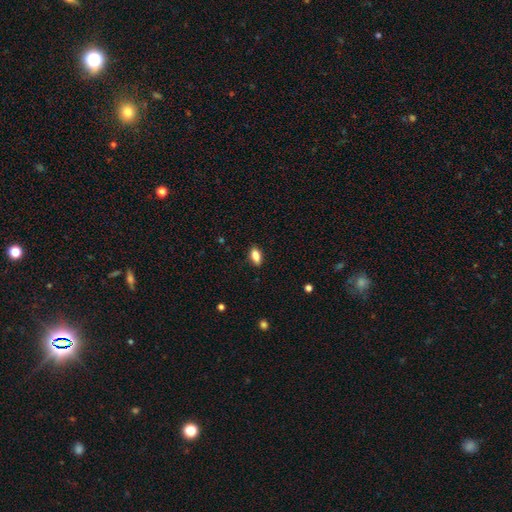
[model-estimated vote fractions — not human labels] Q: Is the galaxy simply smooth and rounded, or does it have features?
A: smooth — 84%.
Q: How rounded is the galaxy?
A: in between — 87%.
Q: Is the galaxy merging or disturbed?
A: none — 87%.